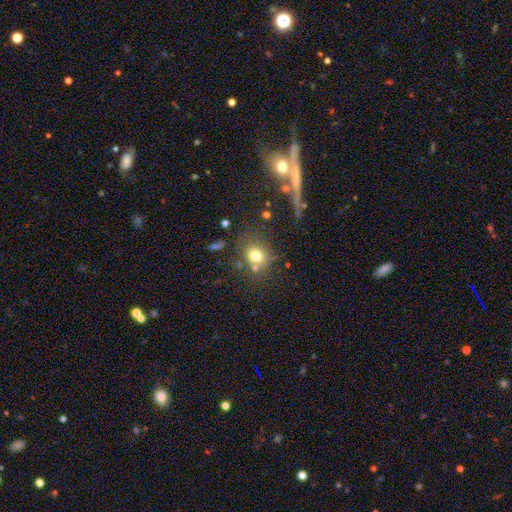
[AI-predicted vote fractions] smooth-or-featured: smooth: 74% | star or artifact: 14% | featured or disk: 12%
  how-rounded: round: 70% | in between: 29% | cigar-shaped: 1%
  merging: none: 62% | minor disturbance: 15% | merger: 15% | major disturbance: 8%